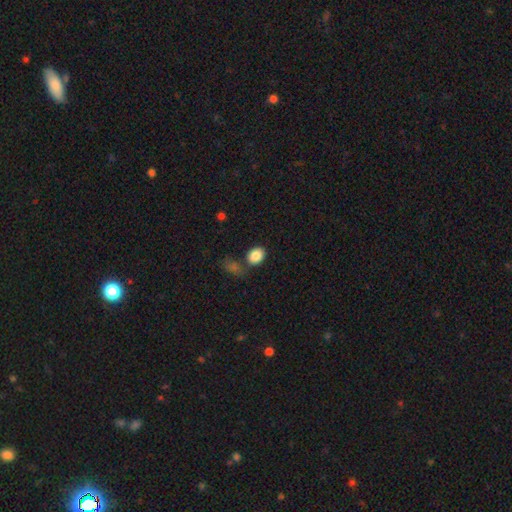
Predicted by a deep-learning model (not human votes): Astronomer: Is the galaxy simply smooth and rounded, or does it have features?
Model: smooth — 86%.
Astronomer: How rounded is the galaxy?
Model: in between — 59% (runner-up: round, 40%).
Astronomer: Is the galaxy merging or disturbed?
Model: none — 67%.